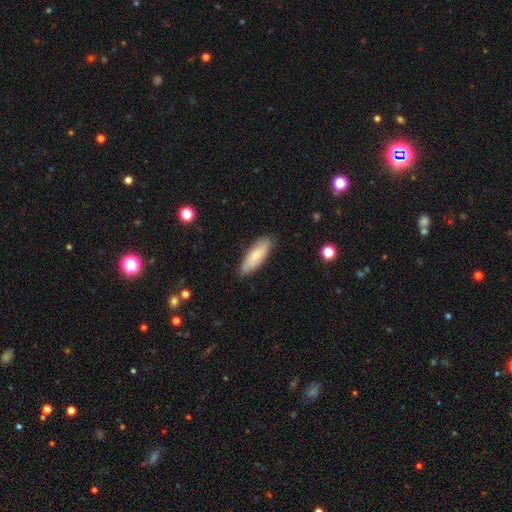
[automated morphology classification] Smooth or featured? Predicted: smooth (p=0.62). How rounded? Predicted: in between (p=0.62). Merging? Predicted: none (p=0.81).